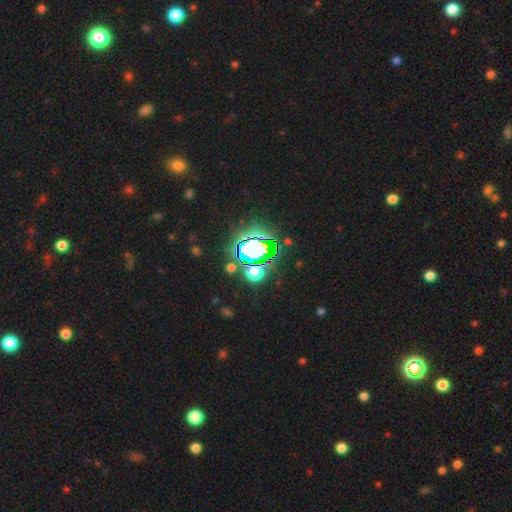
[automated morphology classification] A star or artifact, not a galaxy (74%).